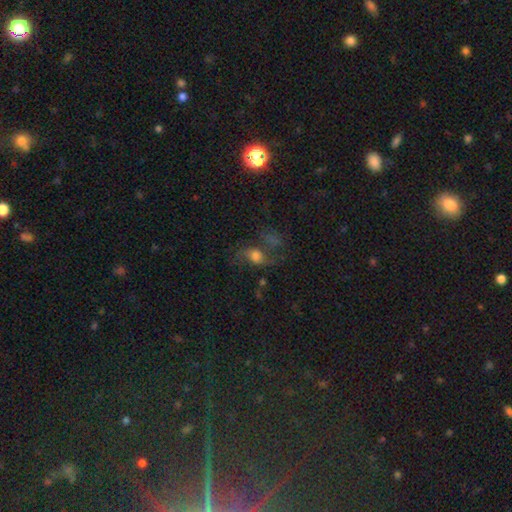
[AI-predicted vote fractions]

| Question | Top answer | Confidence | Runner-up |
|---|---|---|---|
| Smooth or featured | smooth | 44% | featured or disk (37%) |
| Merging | none | 38% | major disturbance (32%) |